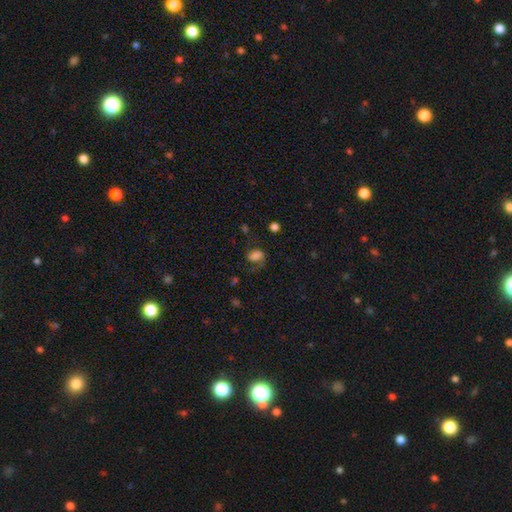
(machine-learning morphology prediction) smooth 49%, featured or disk 39%, star or artifact 12%. Down the decision tree: merging — none (47%).